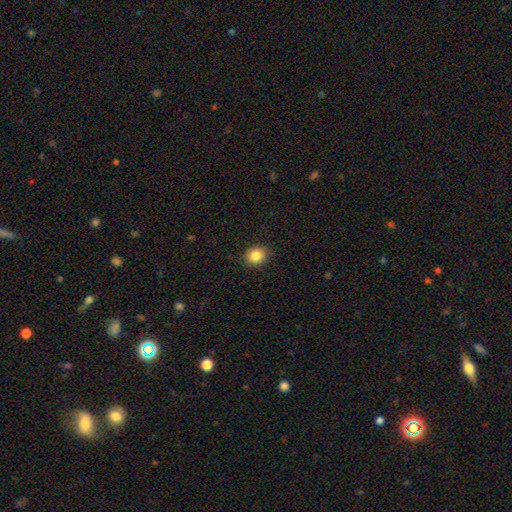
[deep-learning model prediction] Overall: smooth (85%). How rounded: round (70%). Merging: none (87%).